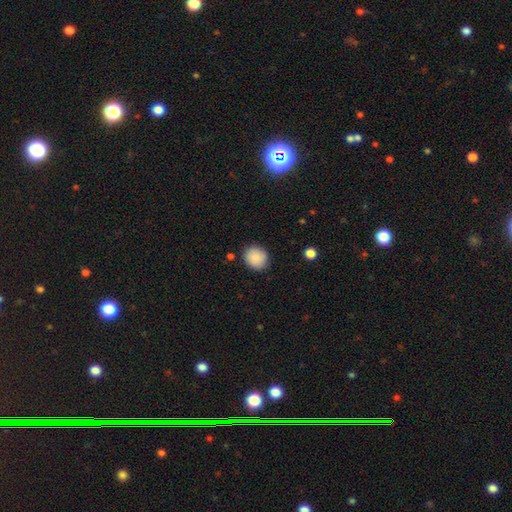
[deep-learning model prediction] smooth_or_featured: smooth (p=0.89) [alt: star or artifact p=0.07]
how_rounded: round (p=0.83) [alt: in between p=0.16]
merging: none (p=0.87) [alt: minor disturbance p=0.10]